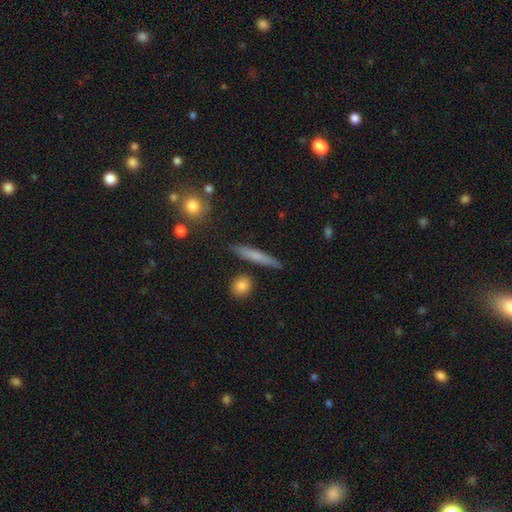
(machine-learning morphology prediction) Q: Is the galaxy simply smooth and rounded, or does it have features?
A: smooth — 63%.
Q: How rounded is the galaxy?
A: cigar-shaped — 91%.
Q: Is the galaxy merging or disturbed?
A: none — 85%.